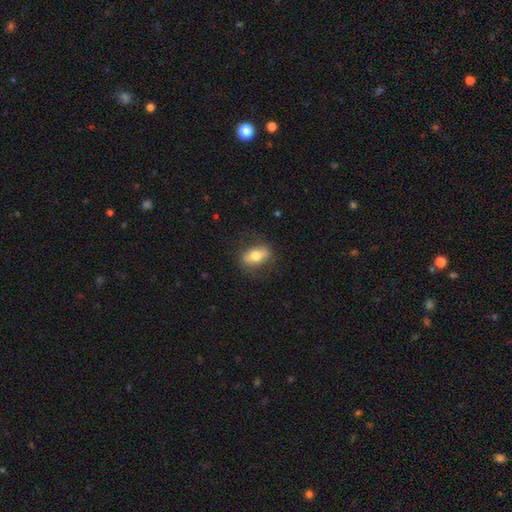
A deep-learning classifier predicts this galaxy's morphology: smooth-or-featured: smooth: 63% | featured or disk: 30% | star or artifact: 7%
  how-rounded: in between: 81% | round: 12% | cigar-shaped: 7%
  merging: none: 79% | minor disturbance: 14% | major disturbance: 5% | merger: 1%